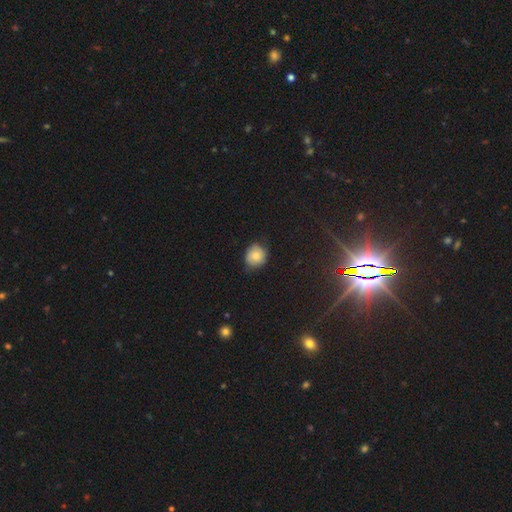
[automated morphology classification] Smooth or featured: smooth — 75% (featured or disk — 15%)
How rounded: round — 80% (in between — 19%)
Merging: none — 66% (minor disturbance — 27%)